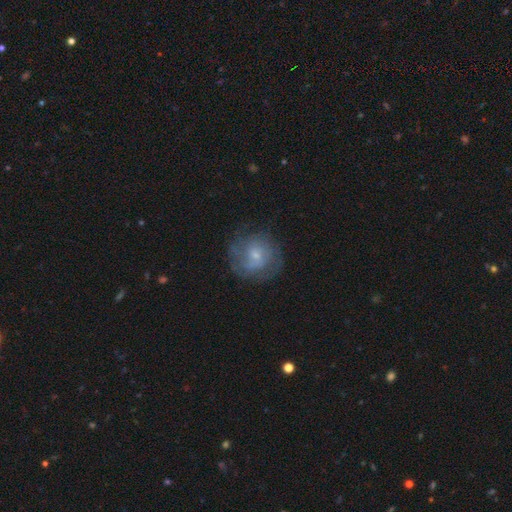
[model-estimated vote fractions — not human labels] Smooth or featured: featured or disk — 56% (smooth — 36%)
Edge-on disk: no — 97% (yes — 3%)
Bar: no — 69% (weak — 28%)
Spiral arms: yes — 75% (no — 25%)
Bulge size: small — 62% (moderate — 30%)
Merging: none — 69% (minor disturbance — 18%)